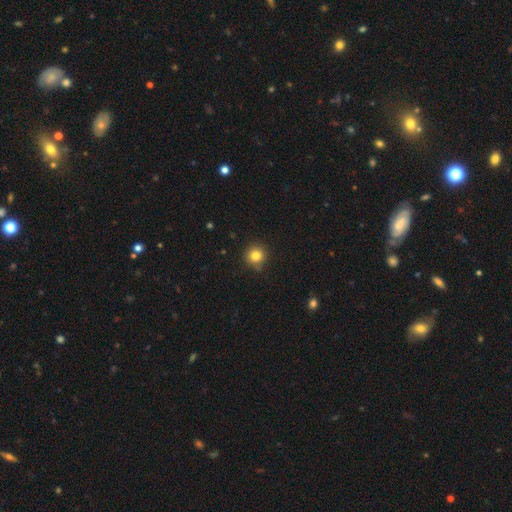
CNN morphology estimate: A smooth galaxy with no disk features (82%) that is round (93%).

Vote fractions:
- Smooth or featured? smooth: 82% / star or artifact: 12% / featured or disk: 6%
- How rounded? round: 93% / in between: 6% / cigar-shaped: 1%
- Merging? none: 85% / minor disturbance: 10% / major disturbance: 2% / merger: 2%